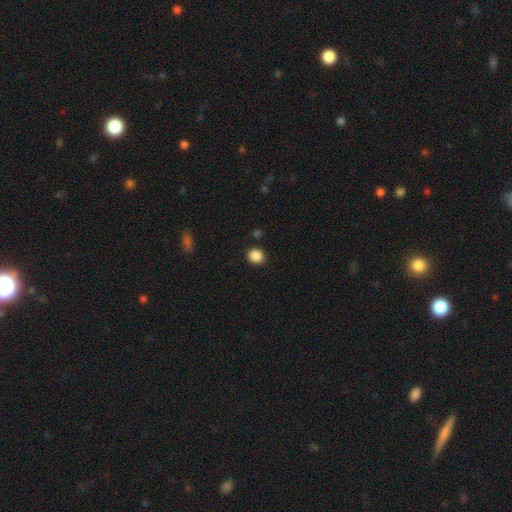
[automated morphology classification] smooth 88%, star or artifact 10%, featured or disk 3%. Down the decision tree: how rounded — round (82%); merging — none (90%).